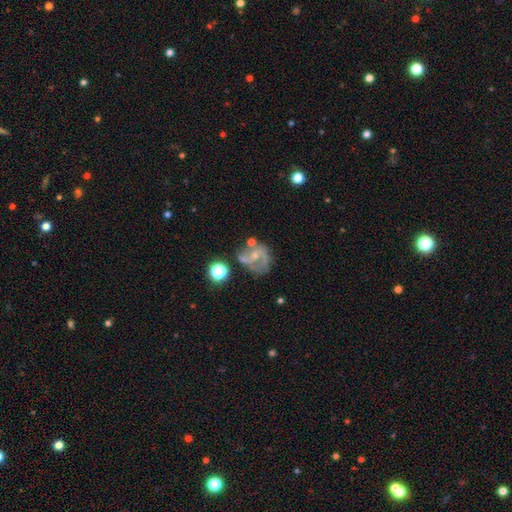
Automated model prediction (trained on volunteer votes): A featured or disk galaxy (73%) with no bar (46%), 2 (67%) medium (49%) spiral arms (86%) and a small central bulge (59%). Merging: none (44%).